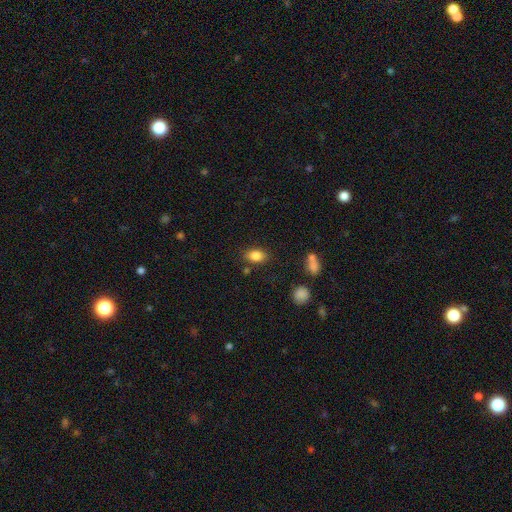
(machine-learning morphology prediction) type=smooth (85%); roundness=in between (82%); merging=none (81%).